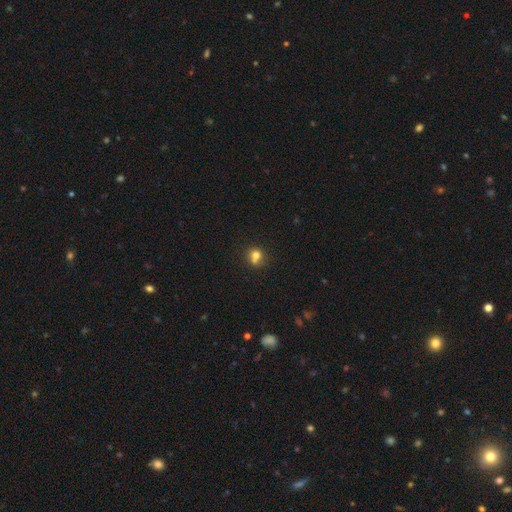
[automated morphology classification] This is likely a smooth galaxy (74%). How rounded: clearly round (81%). Merging: possibly none (46%).